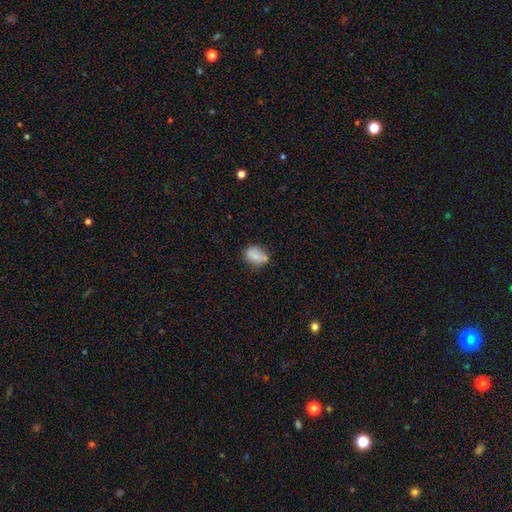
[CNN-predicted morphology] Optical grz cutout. It shows a smooth galaxy with no disk features (80%) that is in between round and cigar-shaped (73%). Merging: none (59%).